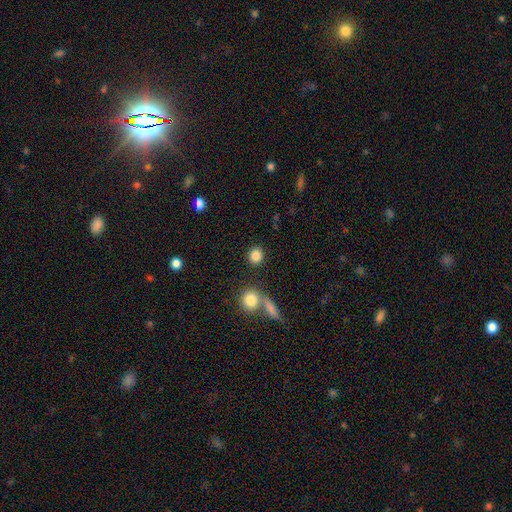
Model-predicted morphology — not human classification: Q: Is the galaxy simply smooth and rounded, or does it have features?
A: smooth — 85%.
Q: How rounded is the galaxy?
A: round — 83%.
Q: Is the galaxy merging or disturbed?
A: none — 83%.